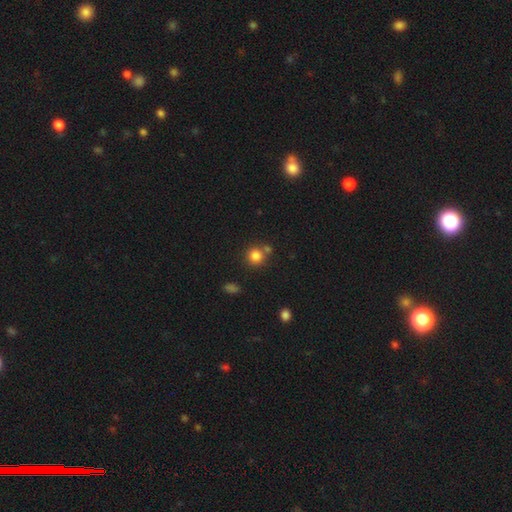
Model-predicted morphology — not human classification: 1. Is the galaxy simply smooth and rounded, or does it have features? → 83% smooth, 12% star or artifact, 6% featured or disk.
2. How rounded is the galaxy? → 90% round, 9% in between, 1% cigar-shaped.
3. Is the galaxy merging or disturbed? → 68% none, 19% merger, 9% minor disturbance, 3% major disturbance.